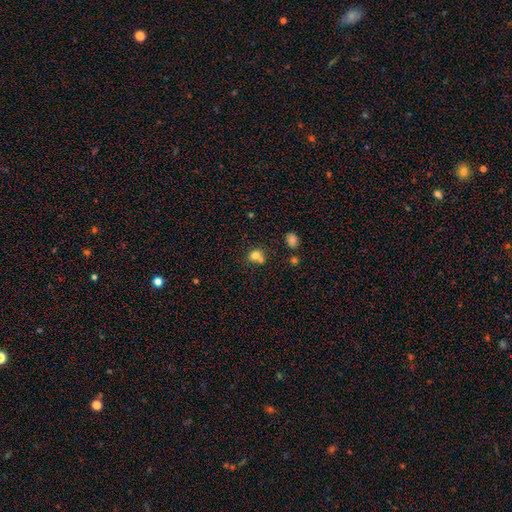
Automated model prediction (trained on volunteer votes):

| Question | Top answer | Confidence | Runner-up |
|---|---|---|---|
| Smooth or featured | smooth | 76% | star or artifact (13%) |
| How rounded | round | 73% | in between (26%) |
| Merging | none | 45% | merger (39%) |